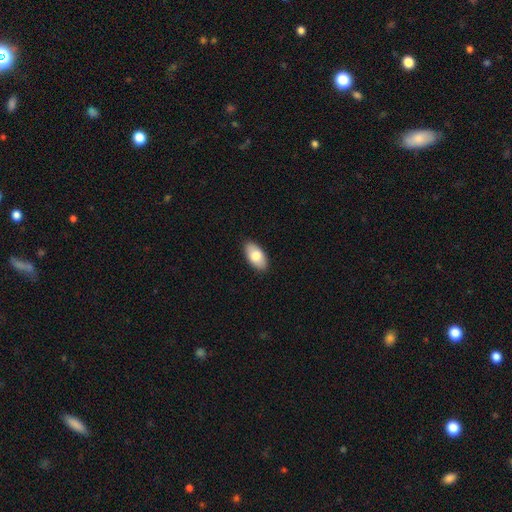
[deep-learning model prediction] smooth_or_featured: smooth (p=0.80) [alt: featured or disk p=0.14]
how_rounded: in between (p=0.94) [alt: cigar-shaped p=0.03]
merging: none (p=0.89) [alt: minor disturbance p=0.08]